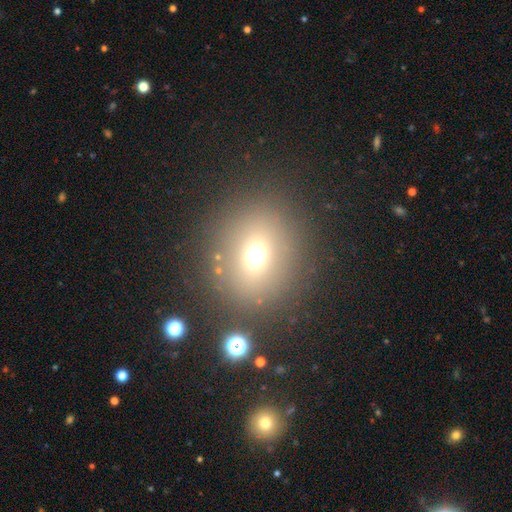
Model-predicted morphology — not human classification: Overall: smooth (67%). How rounded: round (73%). Merging: none (81%).